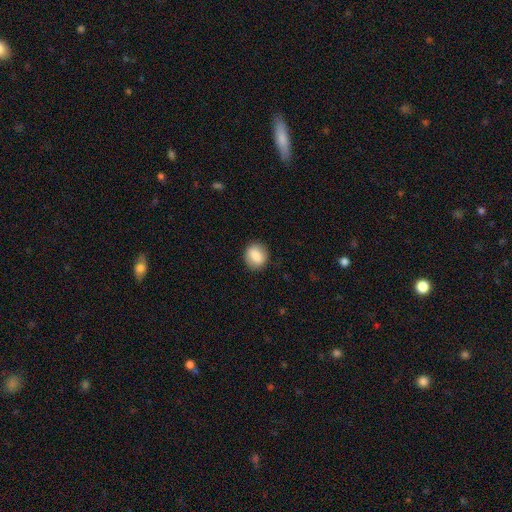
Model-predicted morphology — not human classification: Smooth or featured? smooth (83%)
How rounded? round (65%)
Merging? none (87%)